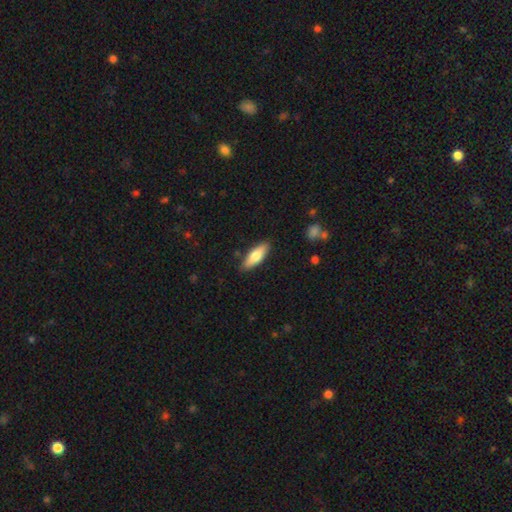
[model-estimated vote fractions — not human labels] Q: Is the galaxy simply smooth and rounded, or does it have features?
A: smooth — 72%.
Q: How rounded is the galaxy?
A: in between — 59%.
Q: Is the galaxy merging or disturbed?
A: none — 87%.